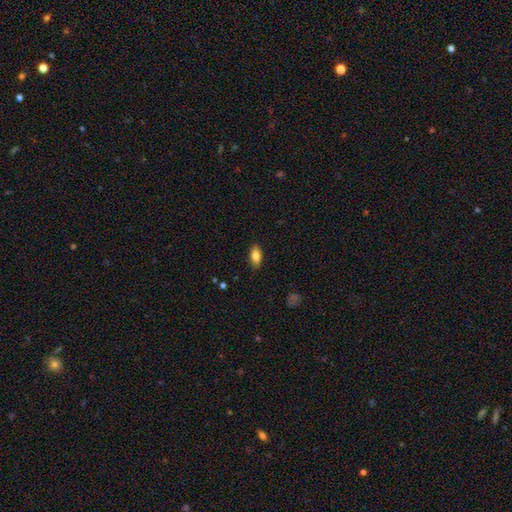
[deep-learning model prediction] Q: Smooth or featured?
A: smooth (80%); runner-up: featured or disk (13%)
Q: How rounded?
A: in between (86%); runner-up: cigar-shaped (10%)
Q: Merging?
A: none (88%); runner-up: minor disturbance (9%)